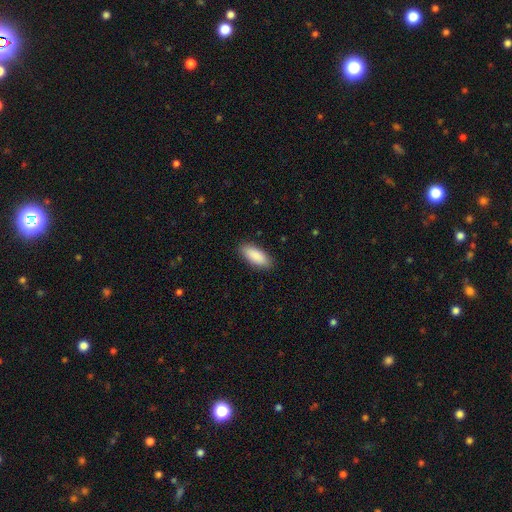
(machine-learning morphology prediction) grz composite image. It shows a smooth galaxy with no disk features (90%) that is in between round and cigar-shaped (80%). Merging: none (88%).